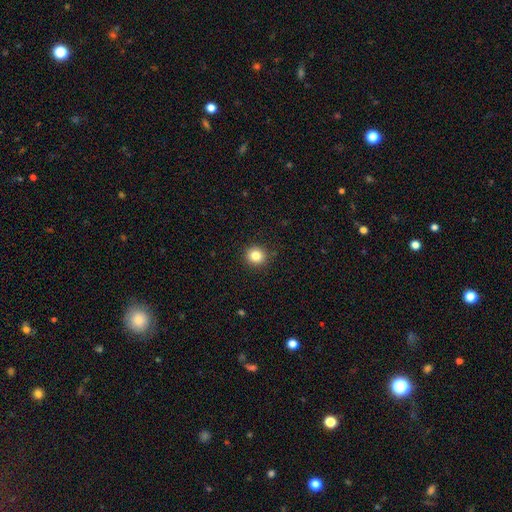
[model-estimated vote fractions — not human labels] smooth 84%, star or artifact 11%, featured or disk 5%. Down the decision tree: how rounded — round (91%); merging — none (91%).